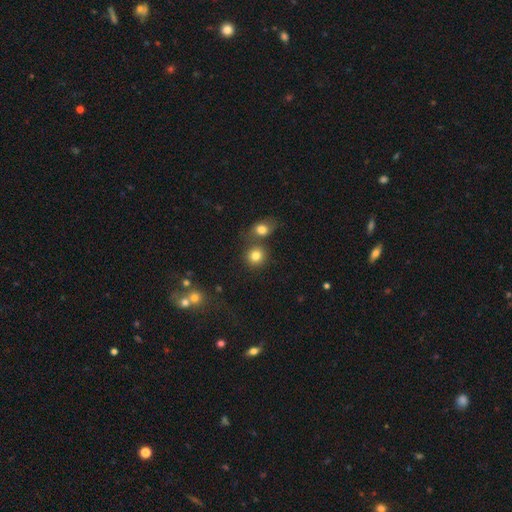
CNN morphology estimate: Smooth or featured: smooth — 81% (star or artifact — 12%)
How rounded: round — 85% (in between — 14%)
Merging: none — 64% (merger — 24%)